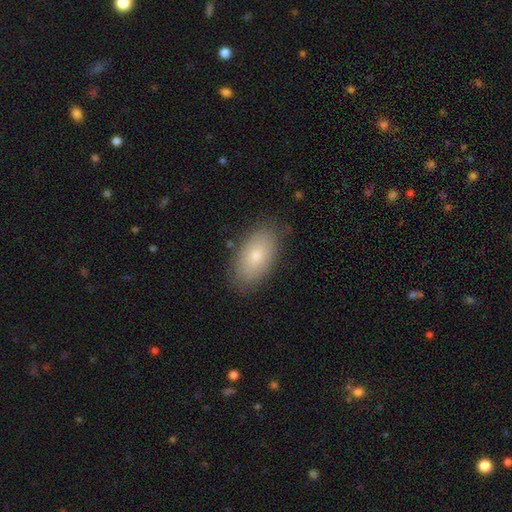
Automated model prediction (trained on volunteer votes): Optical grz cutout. It shows a smooth galaxy with no disk features (76%) that is in between round and cigar-shaped (94%). Merging: none (84%).